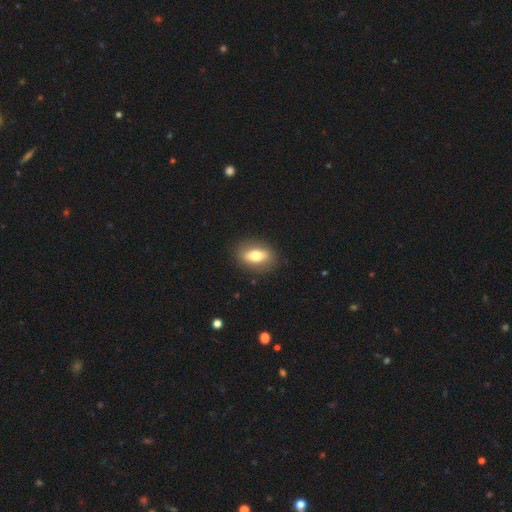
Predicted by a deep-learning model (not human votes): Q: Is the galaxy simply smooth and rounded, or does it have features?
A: smooth — 70%.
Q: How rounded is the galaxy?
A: in between — 81%.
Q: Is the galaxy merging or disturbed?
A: none — 86%.